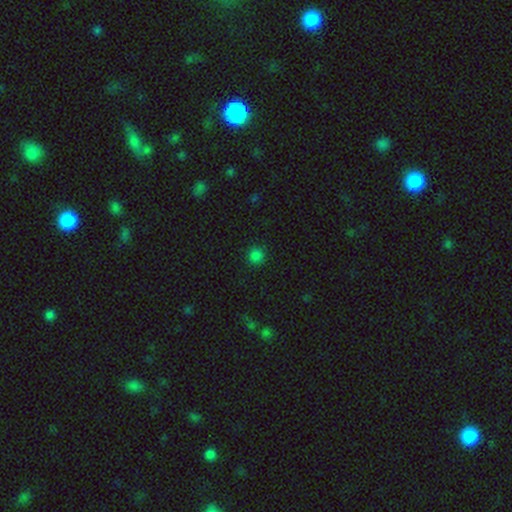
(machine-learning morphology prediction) Q: Smooth or featured?
A: smooth (81%); runner-up: star or artifact (16%)
Q: How rounded?
A: round (92%); runner-up: in between (7%)
Q: Merging?
A: none (90%); runner-up: minor disturbance (7%)